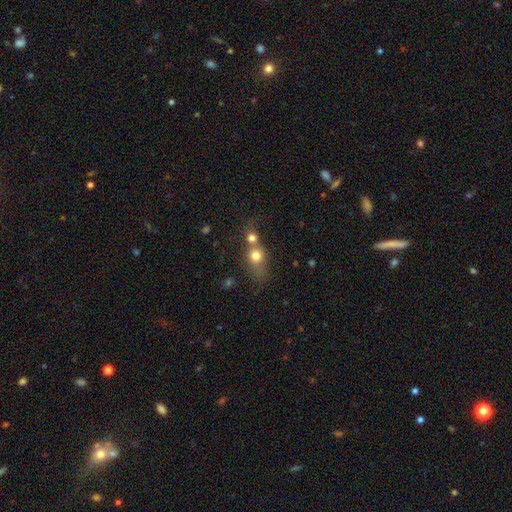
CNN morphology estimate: Overall: smooth (73%). How rounded: round (66%; in between 31%). Merging: merger (60%; none 27%).